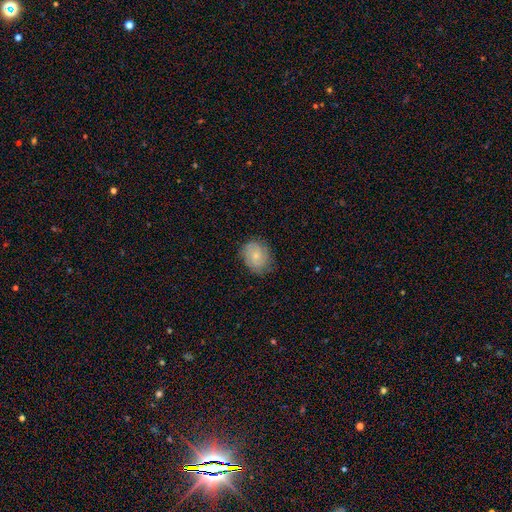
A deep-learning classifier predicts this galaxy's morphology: smooth 54%, featured or disk 38%, star or artifact 8%. Down the decision tree: how rounded — round (57%); merging — none (74%).